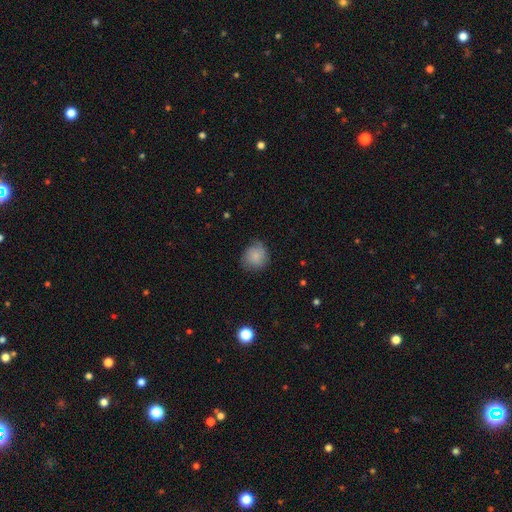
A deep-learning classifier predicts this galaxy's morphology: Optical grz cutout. It shows a smooth galaxy with no disk features (82%) that is round (83%). Merging: none (70%).